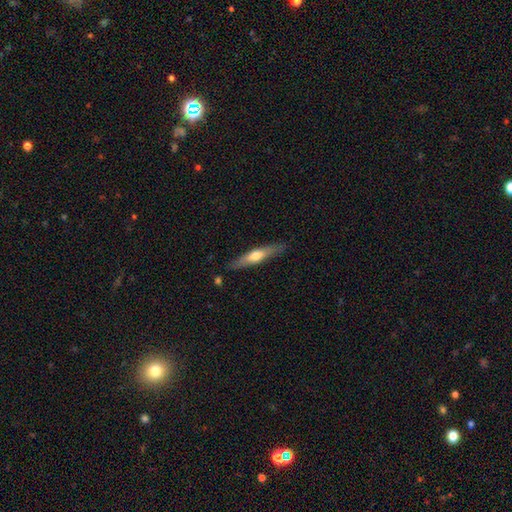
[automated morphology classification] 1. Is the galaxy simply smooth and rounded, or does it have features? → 48% smooth, 47% featured or disk, 5% star or artifact.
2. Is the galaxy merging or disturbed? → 85% none, 11% minor disturbance, 2% major disturbance, 2% merger.